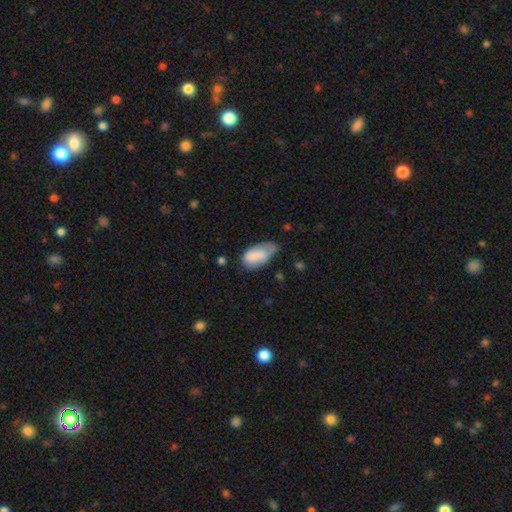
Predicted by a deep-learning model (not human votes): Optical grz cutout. It shows a smooth galaxy with no disk features (76%) that is in between round and cigar-shaped (93%). Merging: minor disturbance (41%).